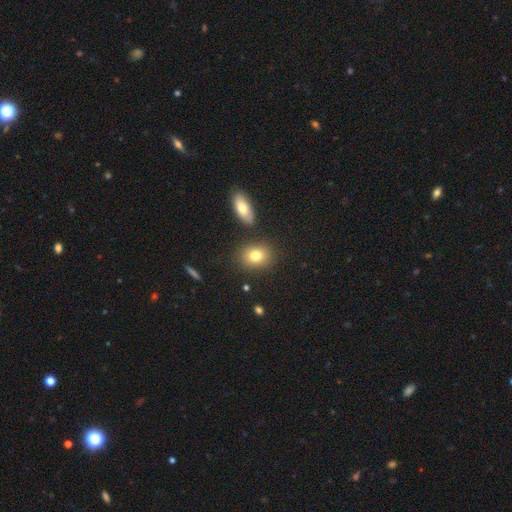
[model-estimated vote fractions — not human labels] Q: Smooth or featured?
A: smooth (79%); runner-up: featured or disk (11%)
Q: How rounded?
A: in between (59%); runner-up: round (39%)
Q: Merging?
A: none (81%); runner-up: minor disturbance (10%)